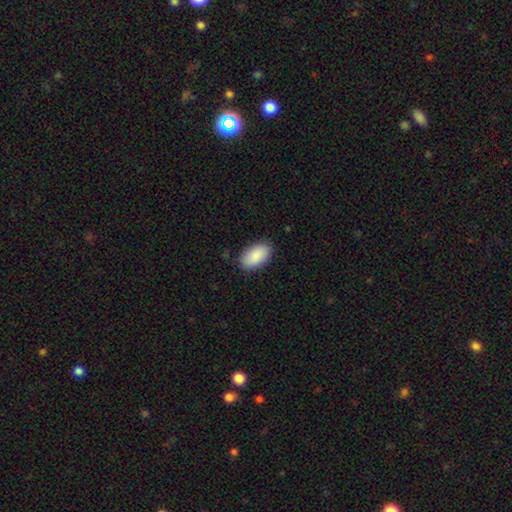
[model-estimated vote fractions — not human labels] The model was most divided on "merging": none: 86%, minor disturbance: 11%, major disturbance: 2%, merger: 1%. More confident: how rounded — in between (95%); smooth or featured — smooth (89%).